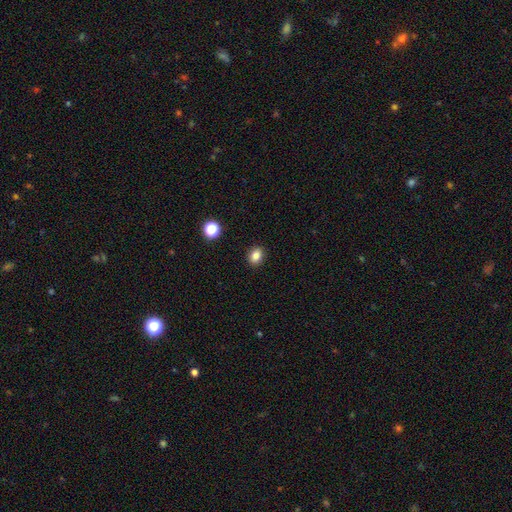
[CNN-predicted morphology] Smooth or featured? Predicted: smooth (p=0.84). How rounded? Predicted: in between (p=0.59). Merging? Predicted: none (p=0.90).